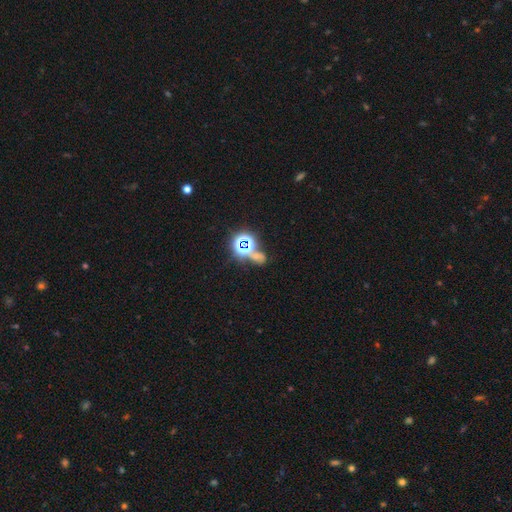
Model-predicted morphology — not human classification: smooth_or_featured: star or artifact (p=0.61) [alt: smooth p=0.27]